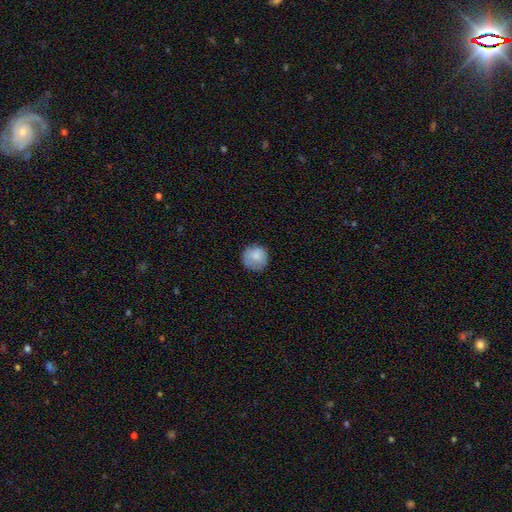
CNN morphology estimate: A smooth galaxy with no disk features (84%) that is round (92%).

Vote fractions:
- Smooth or featured? smooth: 84% / featured or disk: 9% / star or artifact: 8%
- How rounded? round: 92% / in between: 7% / cigar-shaped: 1%
- Merging? none: 78% / minor disturbance: 17% / major disturbance: 4% / merger: 1%